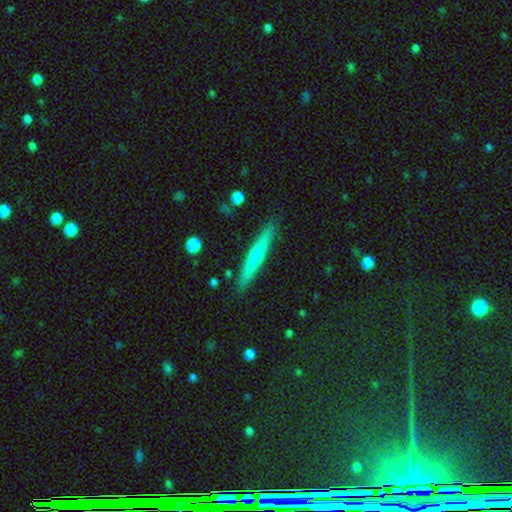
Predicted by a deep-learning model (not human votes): Q: Smooth or featured?
A: featured or disk (60%); runner-up: smooth (32%)
Q: Edge-on disk?
A: yes (97%); runner-up: no (3%)
Q: Edge-on bulge?
A: rounded (80%); runner-up: none (17%)
Q: Merging?
A: none (90%); runner-up: minor disturbance (7%)